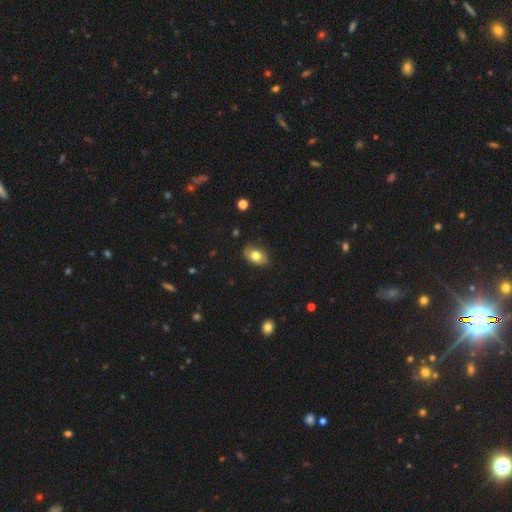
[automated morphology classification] smooth 76%, featured or disk 16%, star or artifact 8%. Down the decision tree: how rounded — in between (83%); merging — none (76%).